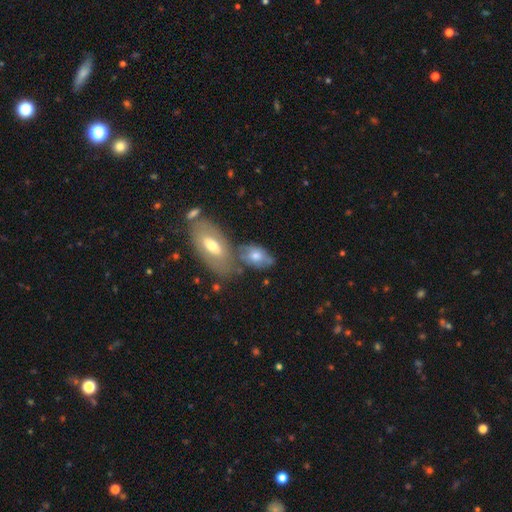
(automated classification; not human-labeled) smooth 57%, featured or disk 37%, star or artifact 7%. Down the decision tree: how rounded — in between (87%); merging — none (38%).